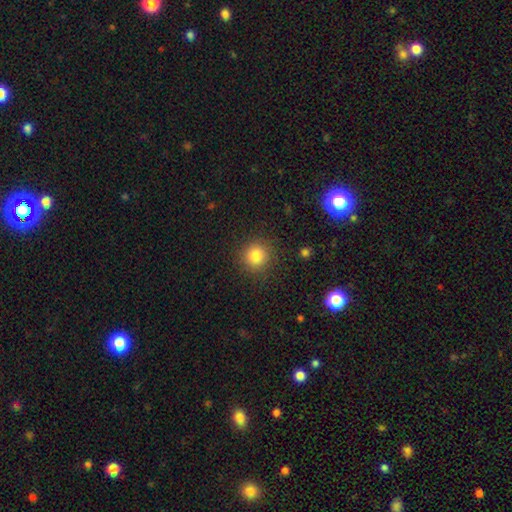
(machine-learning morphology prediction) smooth_or_featured: smooth (p=0.83) [alt: star or artifact p=0.12]
how_rounded: round (p=0.93) [alt: in between p=0.07]
merging: none (p=0.88) [alt: minor disturbance p=0.08]